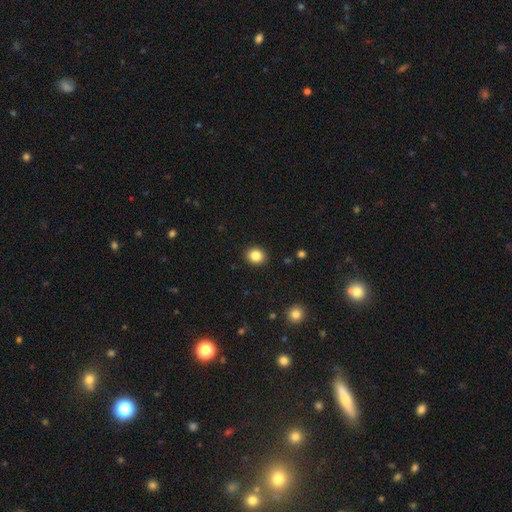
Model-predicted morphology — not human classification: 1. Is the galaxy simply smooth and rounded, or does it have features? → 85% smooth, 10% star or artifact, 5% featured or disk.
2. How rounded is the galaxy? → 77% round, 22% in between, 1% cigar-shaped.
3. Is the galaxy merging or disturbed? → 92% none, 6% minor disturbance, 2% major disturbance, 1% merger.